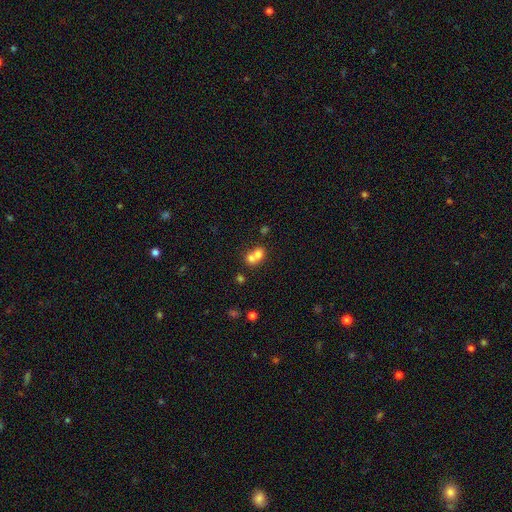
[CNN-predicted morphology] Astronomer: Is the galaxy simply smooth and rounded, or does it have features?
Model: smooth — 70%.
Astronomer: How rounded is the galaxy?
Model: round — 67%.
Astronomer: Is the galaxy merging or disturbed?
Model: merger — 69%.